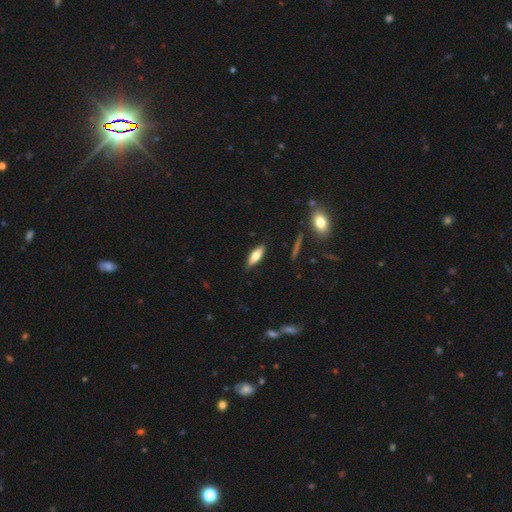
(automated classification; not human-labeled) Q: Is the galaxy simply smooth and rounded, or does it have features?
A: smooth — 67%.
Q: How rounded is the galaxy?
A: in between — 59%.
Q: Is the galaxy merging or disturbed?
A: none — 87%.